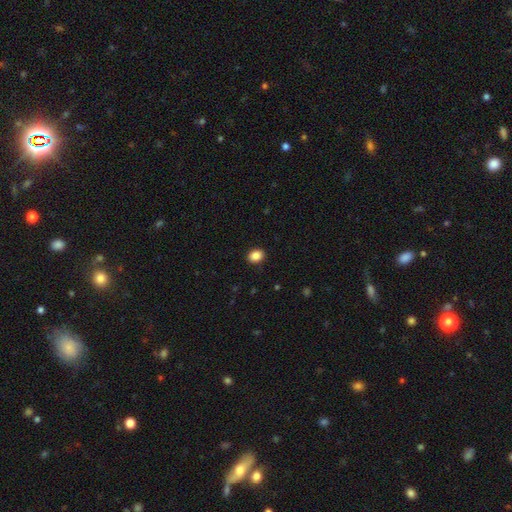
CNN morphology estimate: smooth-or-featured: smooth: 87% | star or artifact: 9% | featured or disk: 4%
  how-rounded: in between: 57% | round: 42% | cigar-shaped: 1%
  merging: none: 90% | minor disturbance: 7% | major disturbance: 2% | merger: 1%